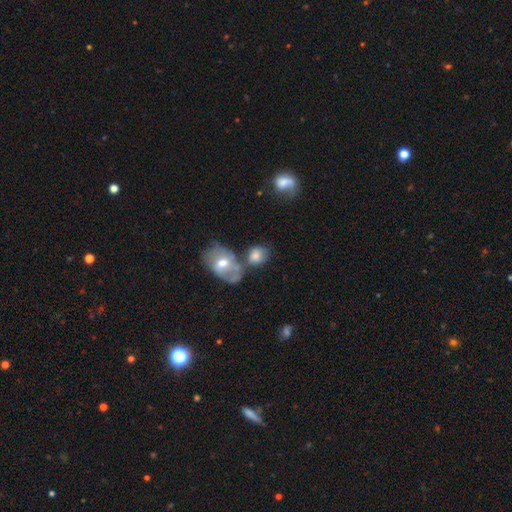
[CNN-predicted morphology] Smooth or featured: smooth — 69% (featured or disk — 22%)
How rounded: in between — 54% (round — 45%)
Merging: none — 40% (merger — 34%)